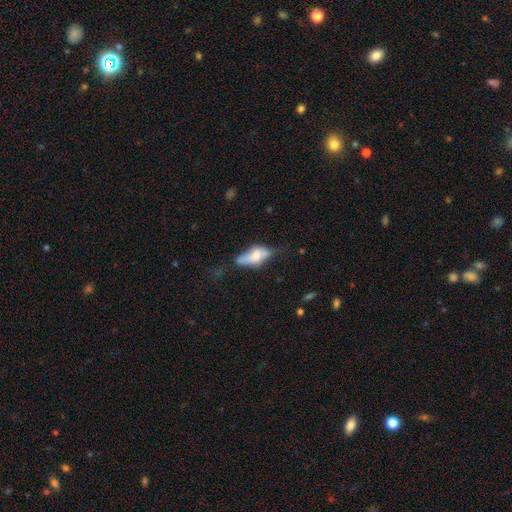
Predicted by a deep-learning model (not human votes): smooth_or_featured: smooth (p=0.49) [alt: featured or disk p=0.43]
merging: none (p=0.48) [alt: minor disturbance p=0.30]